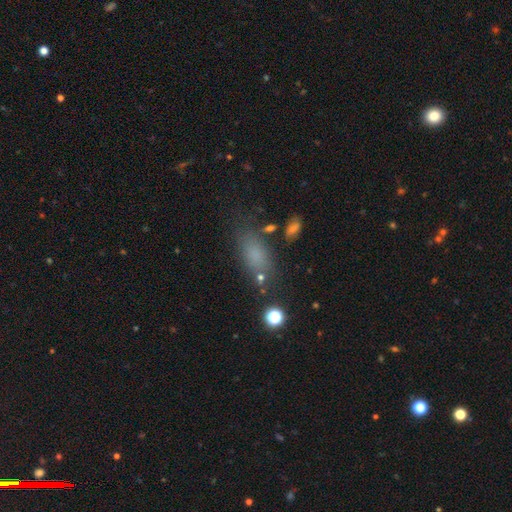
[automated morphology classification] Overall: smooth (75%). How rounded: in between (81%). Merging: none (69%).